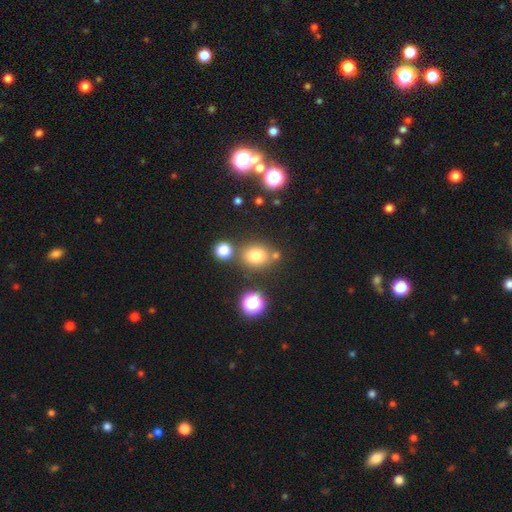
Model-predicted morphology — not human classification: This appears to be a smooth galaxy with no disk features (75%) that is round (60%). Merging: none (71%).